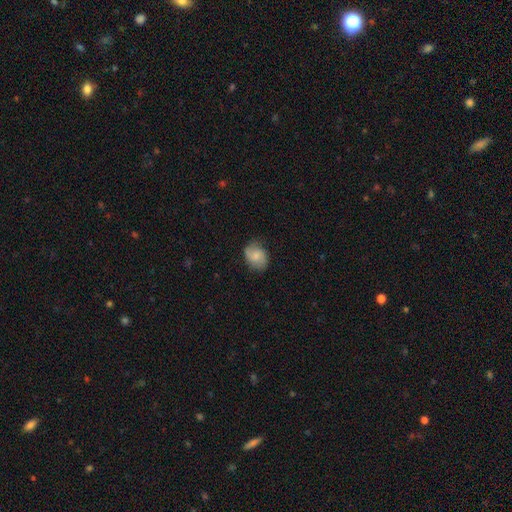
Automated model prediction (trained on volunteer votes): smooth 60%, featured or disk 32%, star or artifact 8%. Down the decision tree: how rounded — in between (57%); merging — none (73%).